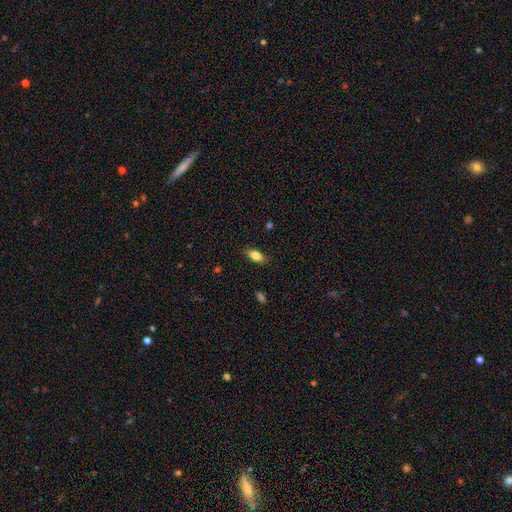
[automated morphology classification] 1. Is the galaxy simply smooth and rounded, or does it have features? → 81% smooth, 11% featured or disk, 8% star or artifact.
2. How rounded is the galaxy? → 85% in between, 11% cigar-shaped, 4% round.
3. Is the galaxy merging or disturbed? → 85% none, 12% minor disturbance, 3% major disturbance, 1% merger.